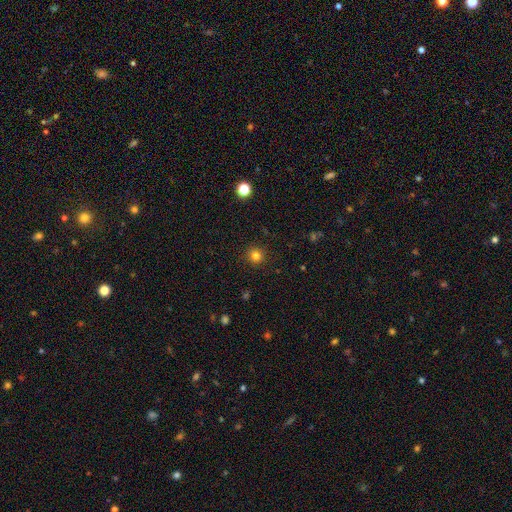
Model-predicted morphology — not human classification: smooth 81%, star or artifact 14%, featured or disk 5%. Down the decision tree: how rounded — round (95%); merging — none (92%).